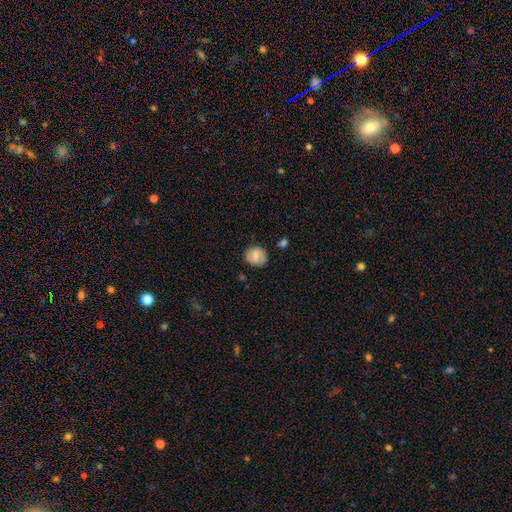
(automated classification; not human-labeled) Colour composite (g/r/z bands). It shows a smooth galaxy with no disk features (68%) that is round (75%). Merging: none (75%).